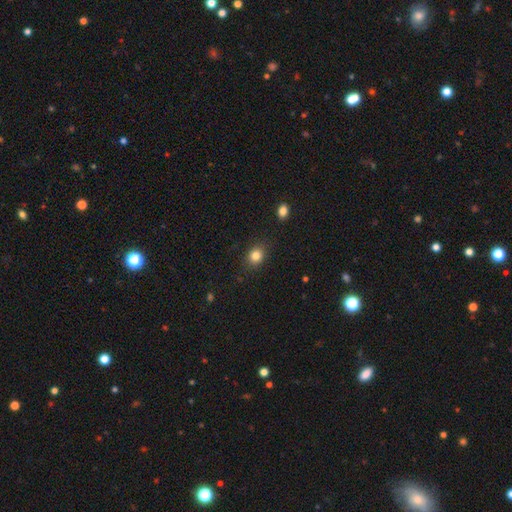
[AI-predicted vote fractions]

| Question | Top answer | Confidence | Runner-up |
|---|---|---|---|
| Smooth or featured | smooth | 83% | star or artifact (11%) |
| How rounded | round | 58% | in between (41%) |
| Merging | none | 84% | minor disturbance (12%) |